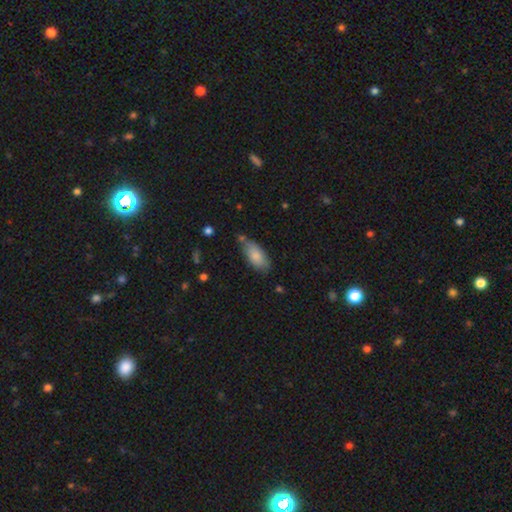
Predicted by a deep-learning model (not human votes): The model was most divided on "merging": none: 64%, minor disturbance: 24%, merger: 7%, major disturbance: 5%. More confident: how rounded — in between (87%); smooth or featured — smooth (83%).